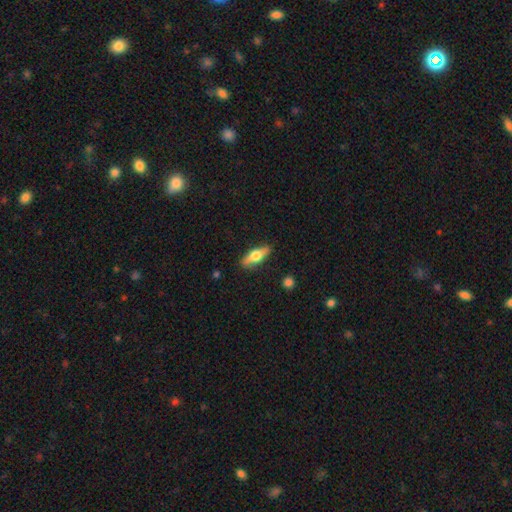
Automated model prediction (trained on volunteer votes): Smooth or featured: smooth — 55% (featured or disk — 39%)
How rounded: in between — 57% (cigar-shaped — 40%)
Merging: none — 85% (minor disturbance — 11%)